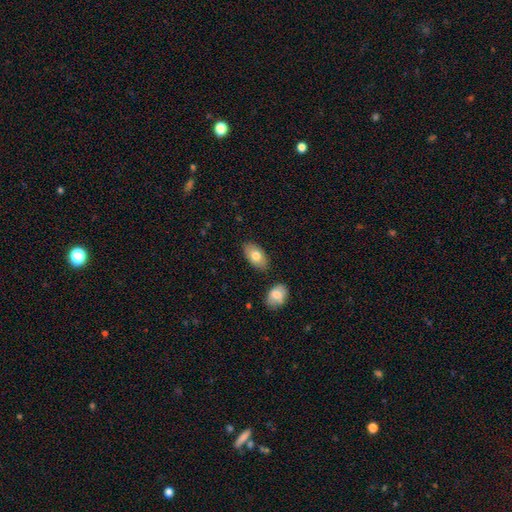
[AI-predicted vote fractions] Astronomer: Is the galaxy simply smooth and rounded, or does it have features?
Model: smooth — 77%.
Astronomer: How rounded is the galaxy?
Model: in between — 94%.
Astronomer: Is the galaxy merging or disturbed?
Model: none — 82%.